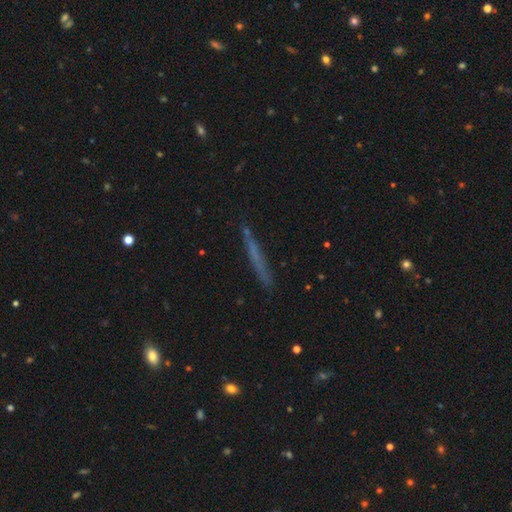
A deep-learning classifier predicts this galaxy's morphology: Smooth or featured?
  - smooth: 51% *
  - featured or disk: 40%
  - star or artifact: 9%
How rounded?
  - cigar-shaped: 96% *
  - in between: 3%
  - round: 2%
Merging?
  - none: 86% *
  - minor disturbance: 11%
  - major disturbance: 2%
  - merger: 2%